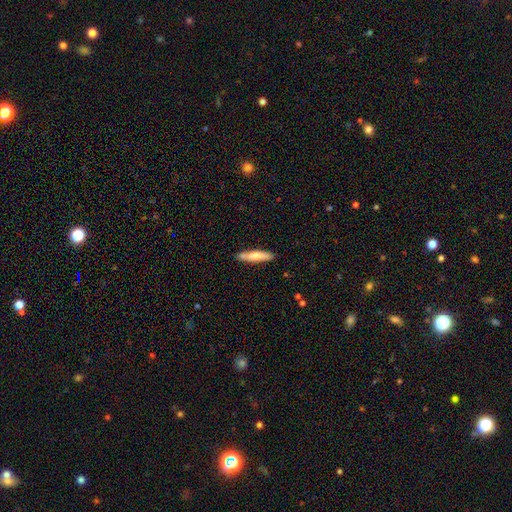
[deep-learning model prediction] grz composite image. It shows a smooth galaxy with no disk features (71%) that is cigar-shaped (85%). Merging: none (84%).